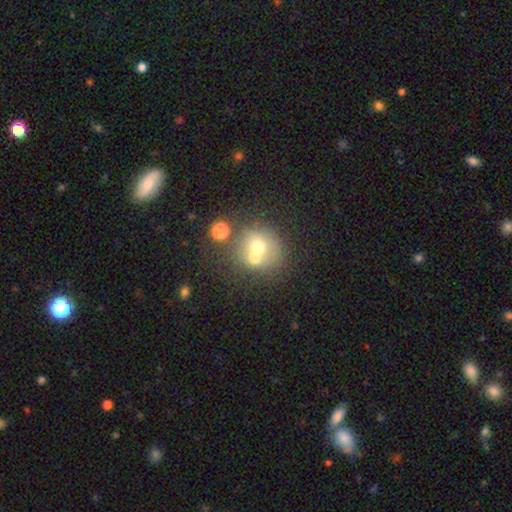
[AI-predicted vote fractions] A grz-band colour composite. It shows a smooth galaxy with no disk features (60%) that is round (82%). Merging: merger (48%).